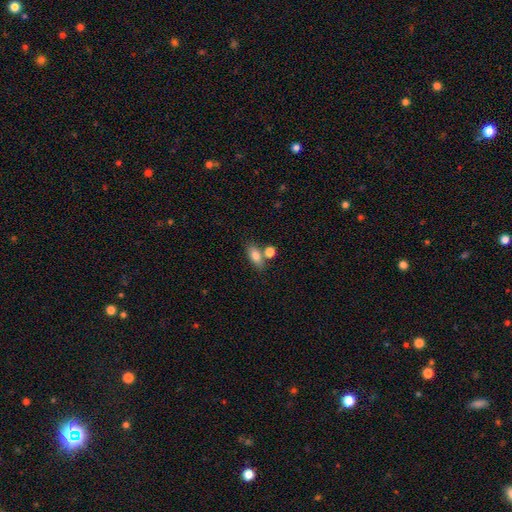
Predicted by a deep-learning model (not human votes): smooth_or_featured: smooth (p=0.79) [alt: featured or disk p=0.12]
how_rounded: in between (p=0.79) [alt: cigar-shaped p=0.13]
merging: none (p=0.60) [alt: merger p=0.23]